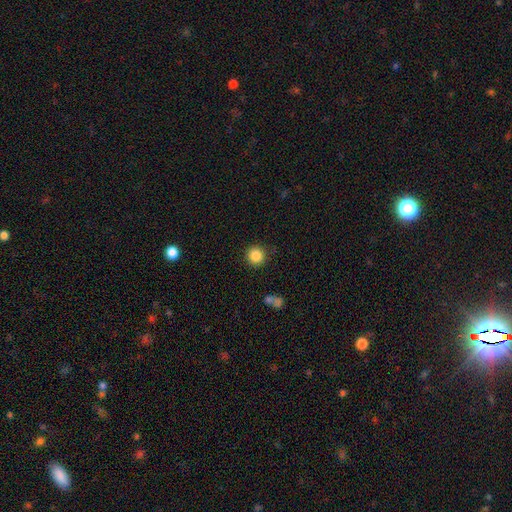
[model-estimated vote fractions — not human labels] This appears to be a smooth galaxy with no disk features (86%) that is round (94%). Merging: none (88%).